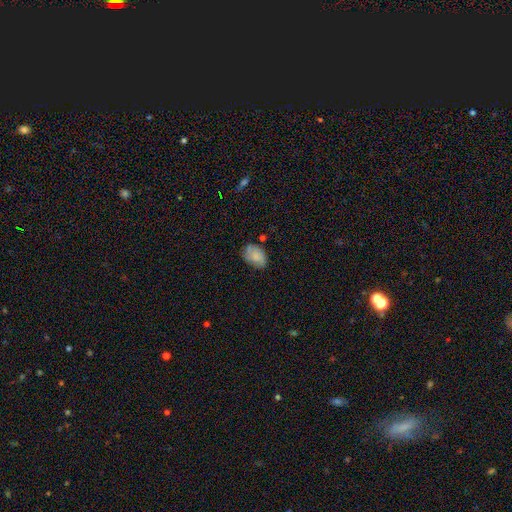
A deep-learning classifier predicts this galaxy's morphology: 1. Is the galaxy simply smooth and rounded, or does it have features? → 78% smooth, 14% featured or disk, 8% star or artifact.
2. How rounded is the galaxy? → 82% in between, 17% round, 1% cigar-shaped.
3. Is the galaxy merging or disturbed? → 62% none, 28% minor disturbance, 7% major disturbance, 3% merger.